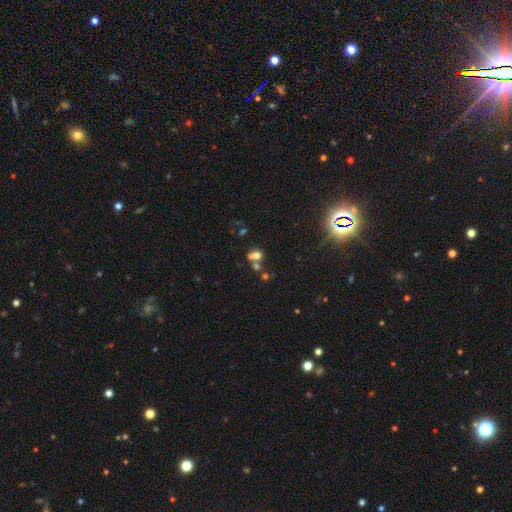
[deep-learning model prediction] This appears to be a smooth galaxy with no disk features (60%) that is round (78%). Merging: merger (47%).